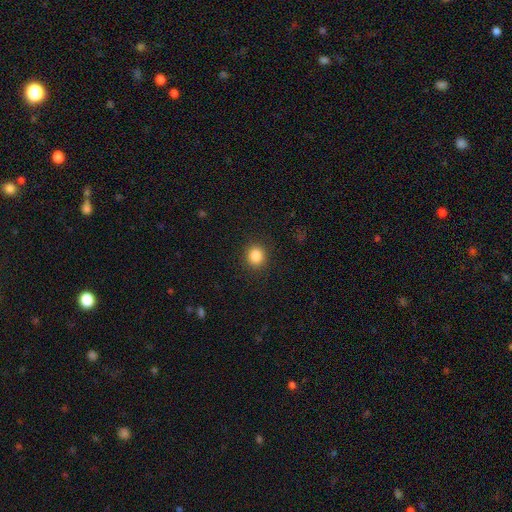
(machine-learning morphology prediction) smooth-or-featured: smooth: 85% | star or artifact: 10% | featured or disk: 4%
  how-rounded: round: 86% | in between: 13% | cigar-shaped: 1%
  merging: none: 91% | minor disturbance: 6% | major disturbance: 2% | merger: 1%